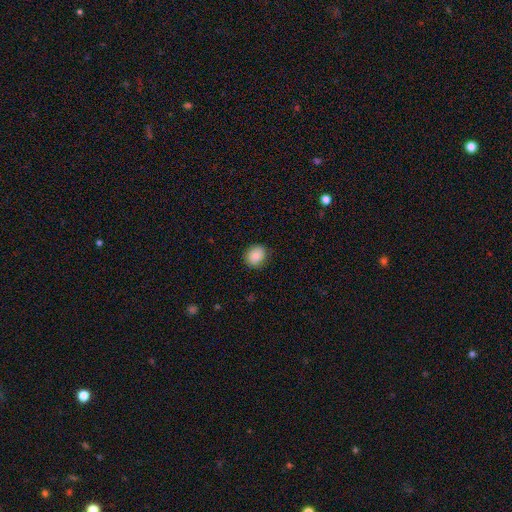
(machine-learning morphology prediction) A smooth galaxy with no disk features (85%) that is round (69%). Merging: none (83%).